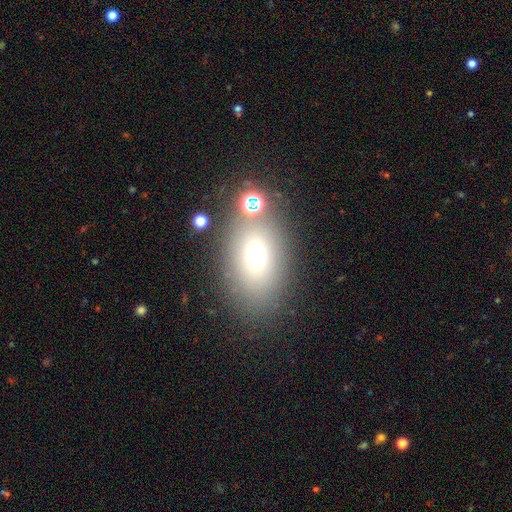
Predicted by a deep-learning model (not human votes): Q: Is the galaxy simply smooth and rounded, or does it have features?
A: smooth — 67%.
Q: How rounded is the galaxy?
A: in between — 80%.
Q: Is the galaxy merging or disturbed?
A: none — 73%.